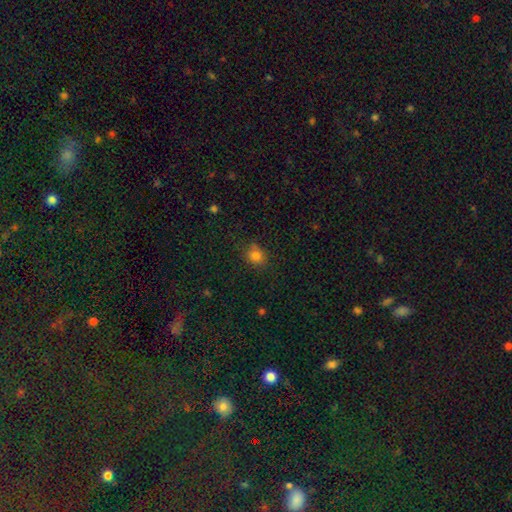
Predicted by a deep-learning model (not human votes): Smooth or featured: smooth — 80% (star or artifact — 13%)
How rounded: round — 73% (in between — 26%)
Merging: none — 75% (minor disturbance — 17%)